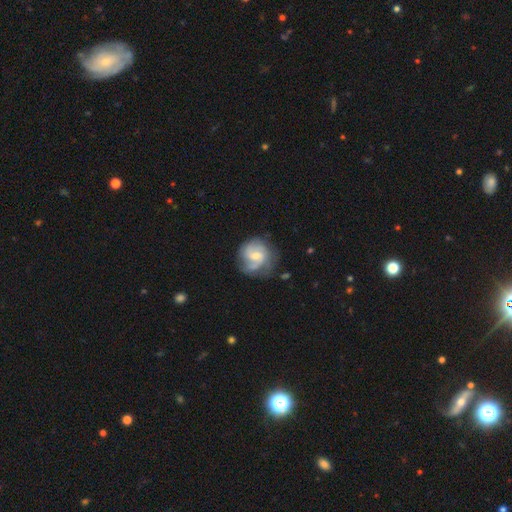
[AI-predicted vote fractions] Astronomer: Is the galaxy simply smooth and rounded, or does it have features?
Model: featured or disk — 80%.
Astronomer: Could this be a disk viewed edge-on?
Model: no — 98%.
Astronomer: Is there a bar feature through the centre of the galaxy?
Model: weak — 54% (runner-up: no, 36%).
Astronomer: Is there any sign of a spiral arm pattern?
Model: yes — 95%.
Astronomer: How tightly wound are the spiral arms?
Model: medium — 48% (runner-up: tight, 35%).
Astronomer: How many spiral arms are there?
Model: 2 — 53%.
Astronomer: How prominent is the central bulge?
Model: small — 52% (runner-up: moderate, 40%).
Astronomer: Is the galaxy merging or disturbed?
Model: none — 68%.